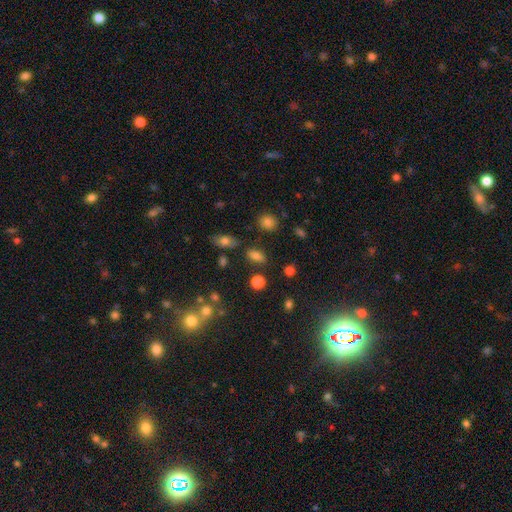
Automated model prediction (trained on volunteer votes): A smooth galaxy with no disk features (77%) that is in between round and cigar-shaped (76%). Merging: none (79%).